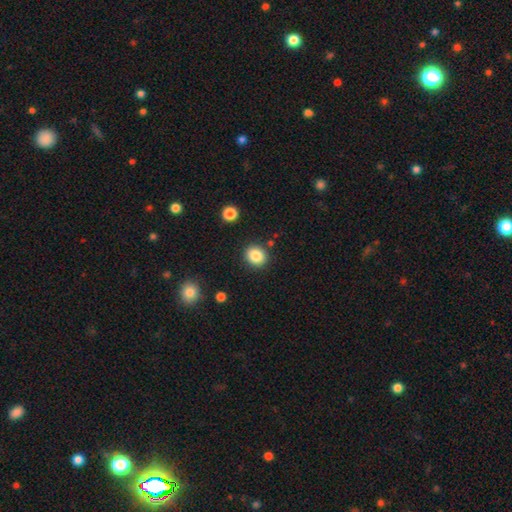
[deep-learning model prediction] smooth-or-featured: smooth: 85% | star or artifact: 10% | featured or disk: 5%
  how-rounded: round: 73% | in between: 26% | cigar-shaped: 1%
  merging: none: 87% | minor disturbance: 8% | merger: 3% | major disturbance: 3%